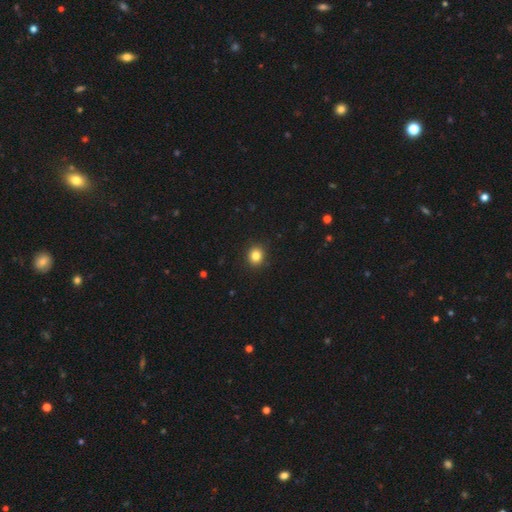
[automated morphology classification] Smooth or featured: smooth — 83% (star or artifact — 12%)
How rounded: round — 81% (in between — 18%)
Merging: none — 91% (minor disturbance — 6%)